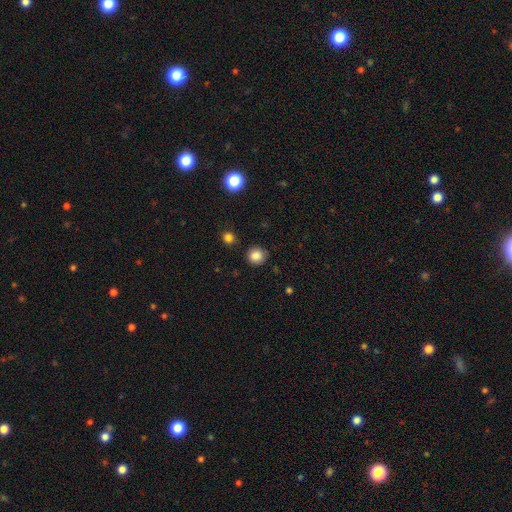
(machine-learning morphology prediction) type=smooth (84%); roundness=round (91%); merging=none (87%).